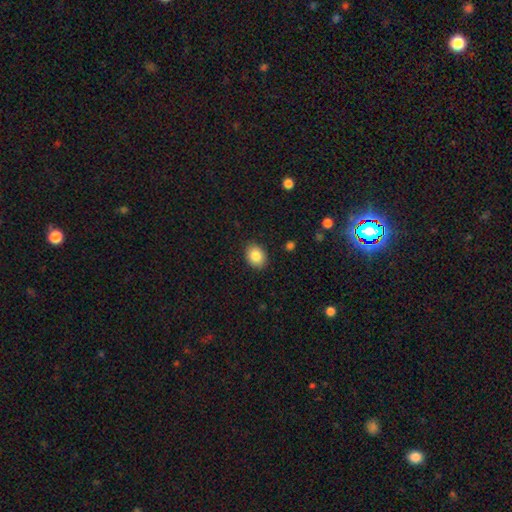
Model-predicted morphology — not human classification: The model was most divided on "how rounded": in between: 54%, round: 45%, cigar-shaped: 1%. More confident: merging — none (88%); smooth or featured — smooth (85%).